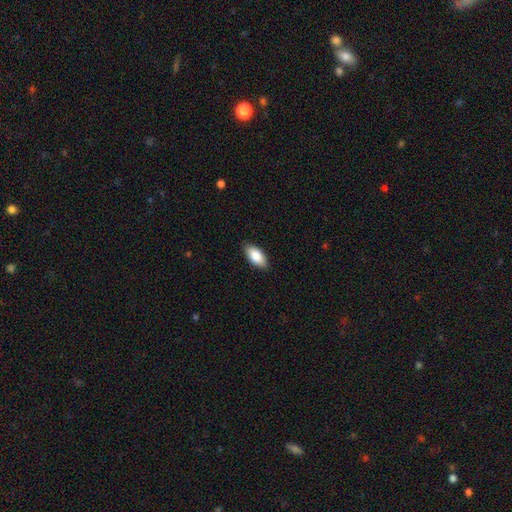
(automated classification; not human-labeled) smooth_or_featured: smooth (p=0.86) [alt: featured or disk p=0.08]
how_rounded: in between (p=0.92) [alt: cigar-shaped p=0.06]
merging: none (p=0.88) [alt: minor disturbance p=0.10]